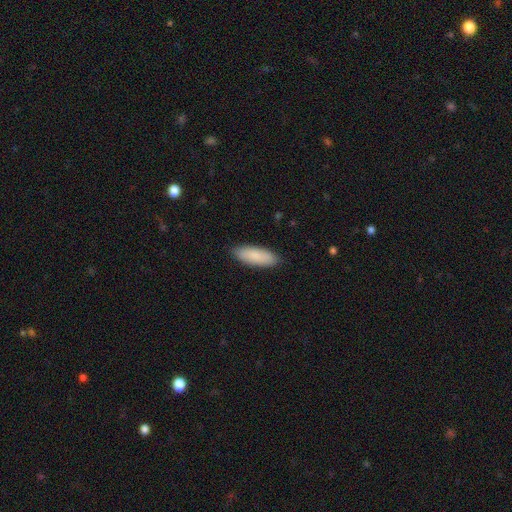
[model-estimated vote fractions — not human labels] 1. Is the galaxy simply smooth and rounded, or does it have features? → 87% smooth, 7% featured or disk, 6% star or artifact.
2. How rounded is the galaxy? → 67% in between, 32% cigar-shaped, 2% round.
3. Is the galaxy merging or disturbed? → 89% none, 9% minor disturbance, 2% major disturbance, 1% merger.